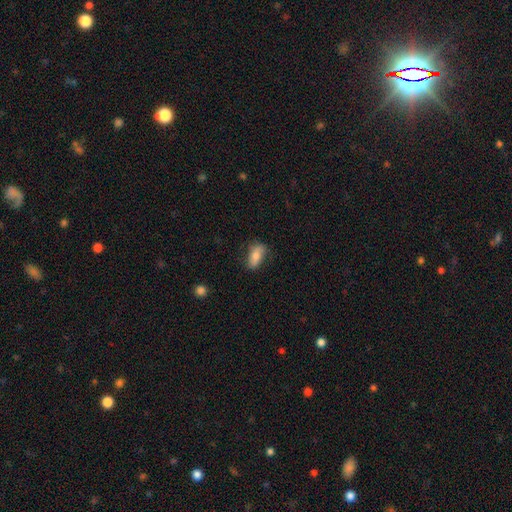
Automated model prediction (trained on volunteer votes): Smooth or featured: smooth — 75% (featured or disk — 18%)
How rounded: in between — 86% (cigar-shaped — 10%)
Merging: none — 70% (minor disturbance — 23%)